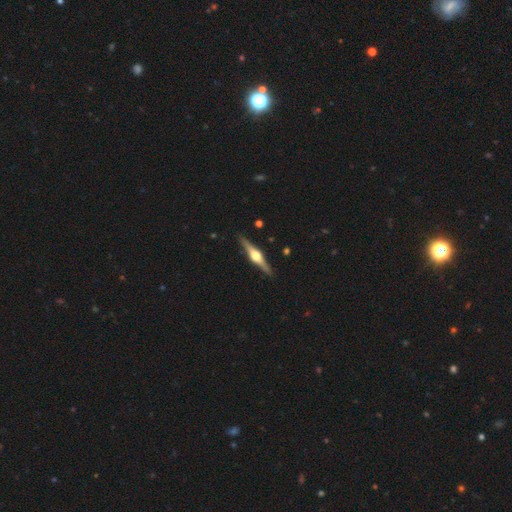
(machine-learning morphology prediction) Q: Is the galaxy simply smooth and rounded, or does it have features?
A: featured or disk — 82%.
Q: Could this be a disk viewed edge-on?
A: yes — 98%.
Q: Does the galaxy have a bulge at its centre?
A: rounded — 95%.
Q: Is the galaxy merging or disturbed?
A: none — 91%.